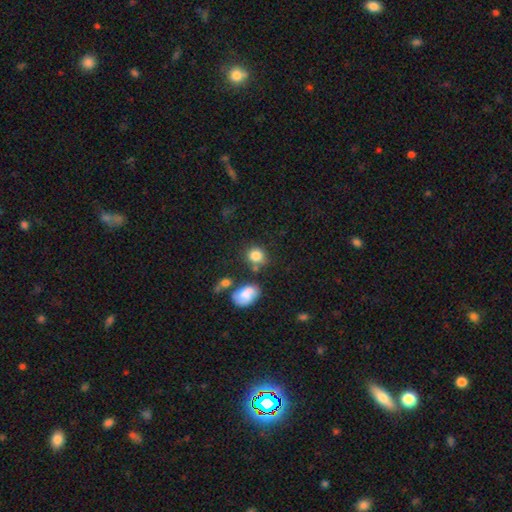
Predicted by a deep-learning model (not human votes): Morphology: type=smooth (83%); roundness=round (73%); merging=none (67%).